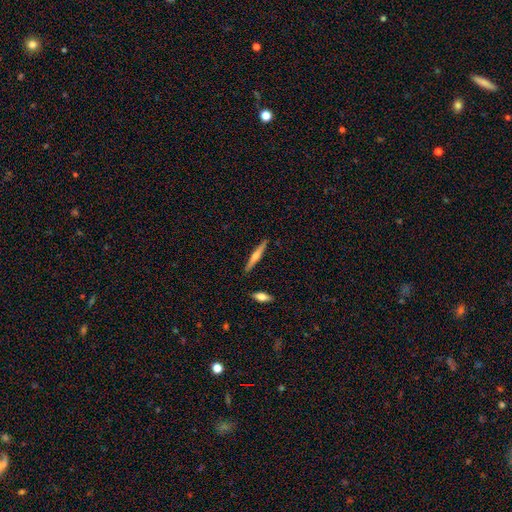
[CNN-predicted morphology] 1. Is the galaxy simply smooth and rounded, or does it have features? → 47% featured or disk (tied), 47% smooth (tied), 6% star or artifact.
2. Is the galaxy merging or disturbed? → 89% none, 8% minor disturbance, 2% merger, 2% major disturbance.